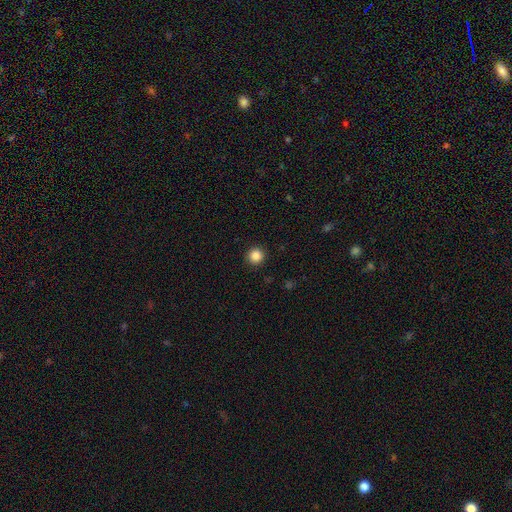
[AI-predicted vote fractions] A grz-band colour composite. It shows a smooth galaxy with no disk features (86%) that is round (95%). Merging: none (92%).